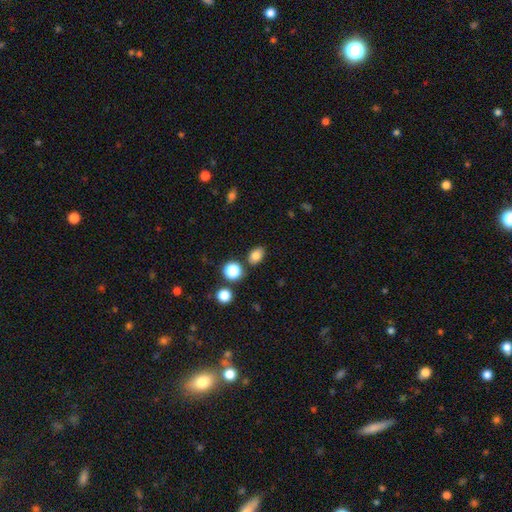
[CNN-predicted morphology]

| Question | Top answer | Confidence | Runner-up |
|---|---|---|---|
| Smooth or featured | smooth | 81% | star or artifact (12%) |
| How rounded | in between | 76% | round (23%) |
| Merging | none | 81% | minor disturbance (11%) |